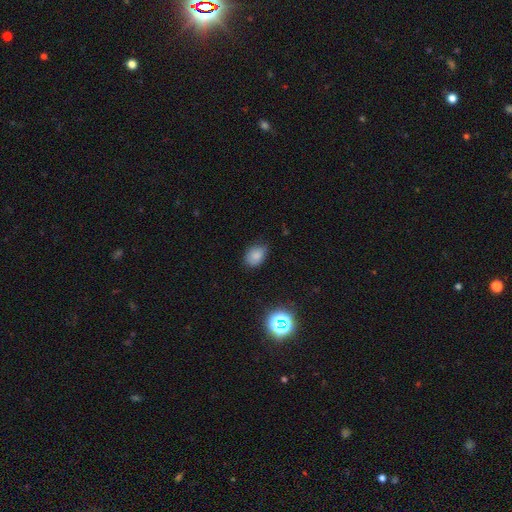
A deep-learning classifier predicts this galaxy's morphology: smooth 81%, star or artifact 13%, featured or disk 6%. Down the decision tree: how rounded — in between (74%); merging — none (72%).